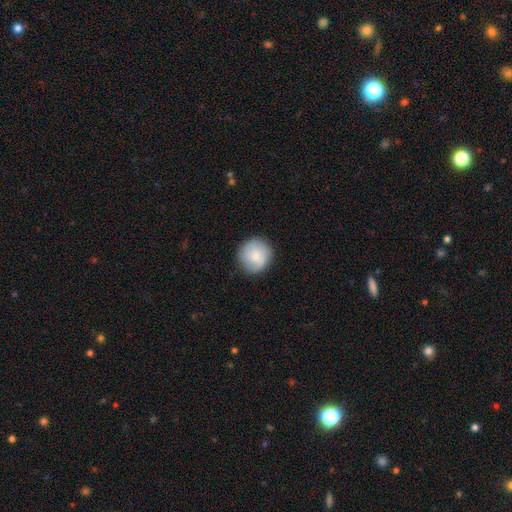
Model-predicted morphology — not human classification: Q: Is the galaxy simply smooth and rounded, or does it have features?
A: smooth — 71%.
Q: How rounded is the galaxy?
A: round — 93%.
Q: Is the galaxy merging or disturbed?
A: none — 85%.